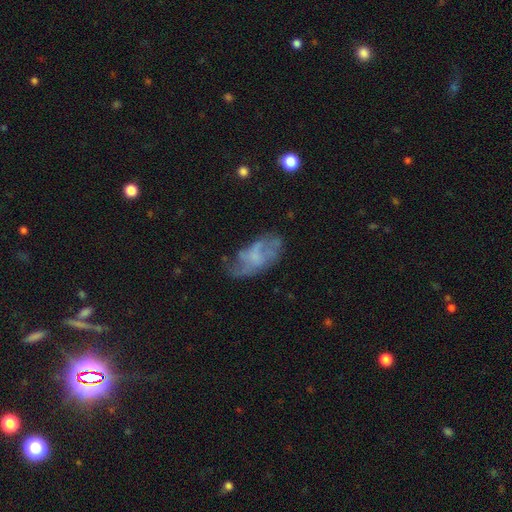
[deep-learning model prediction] Overall: featured or disk (60%; smooth 30%). Edge-on disk: no (95%). Bar: no (68%). Spiral arms: yes (66%; no 34%). Bulge size: none (54%; small 25%). Merging: none (54%; minor disturbance 25%).